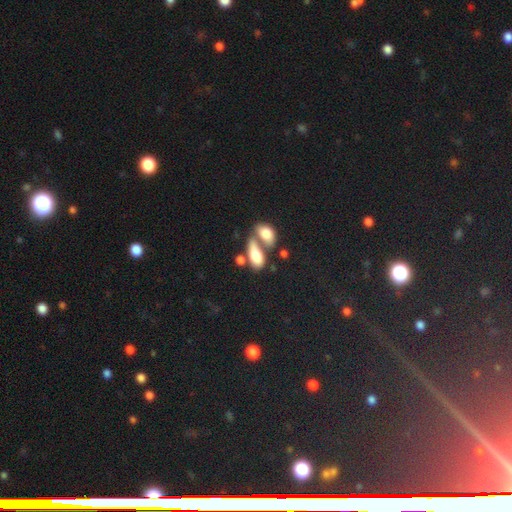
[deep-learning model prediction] The model was most divided on "merging": merger: 60%, none: 23%, minor disturbance: 9%, major disturbance: 8%. More confident: how rounded — in between (88%); smooth or featured — smooth (77%).